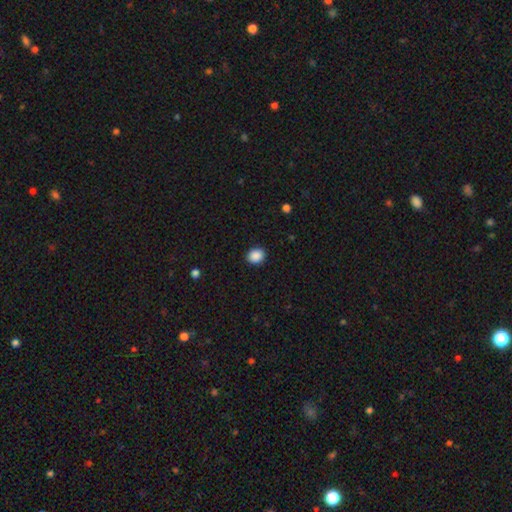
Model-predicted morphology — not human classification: Smooth or featured? Predicted: smooth (p=0.89). How rounded? Predicted: round (p=0.59). Merging? Predicted: none (p=0.90).